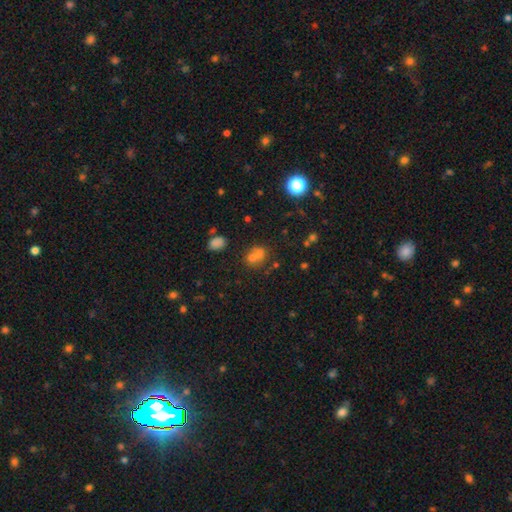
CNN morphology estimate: Smooth or featured? smooth (63%)
How rounded? round (58%)
Merging? merger (48%)